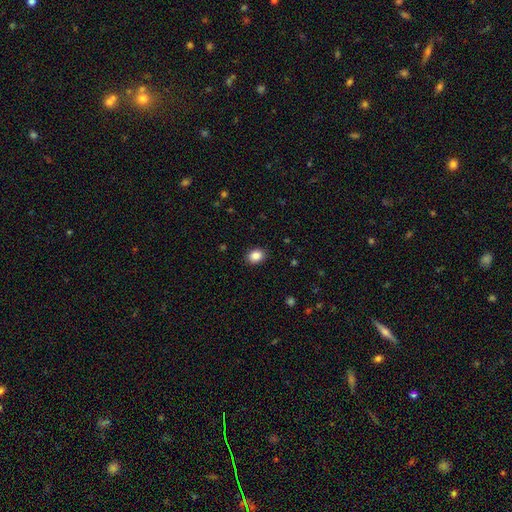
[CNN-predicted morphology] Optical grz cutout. It shows a smooth galaxy with no disk features (86%) that is in between round and cigar-shaped (50%). Merging: none (90%).